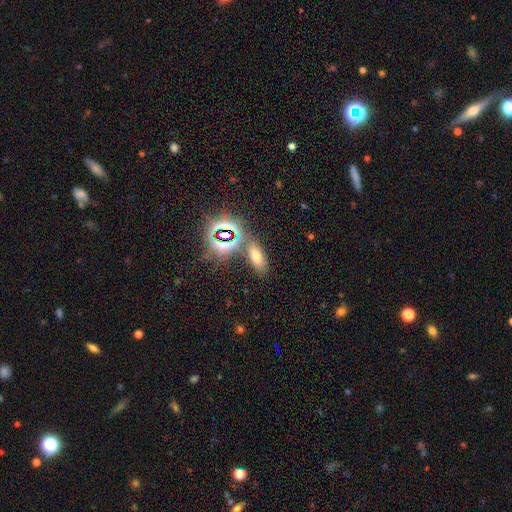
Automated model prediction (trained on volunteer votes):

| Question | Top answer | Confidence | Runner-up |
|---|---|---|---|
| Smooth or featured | smooth | 54% | star or artifact (34%) |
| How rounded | in between | 75% | cigar-shaped (17%) |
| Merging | none | 77% | minor disturbance (10%) |